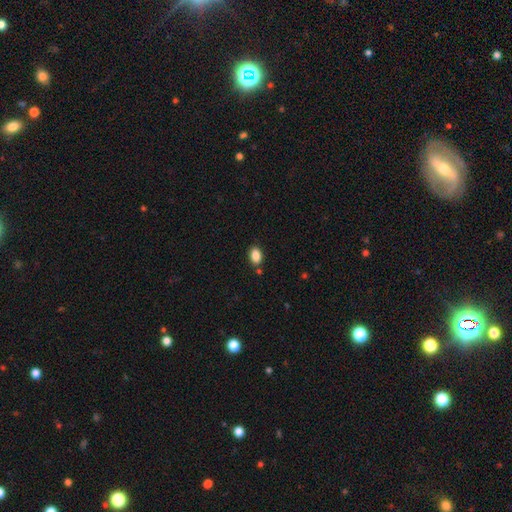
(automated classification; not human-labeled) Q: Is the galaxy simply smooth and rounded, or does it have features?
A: smooth — 87%.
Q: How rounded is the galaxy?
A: in between — 87%.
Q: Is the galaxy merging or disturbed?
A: none — 83%.